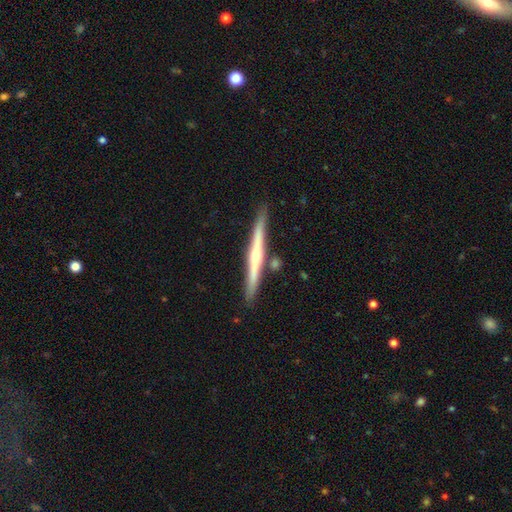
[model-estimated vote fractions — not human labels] Smooth or featured? Predicted: featured or disk (p=0.64). Edge-on disk? Predicted: yes (p=0.97). Edge-on bulge? Predicted: none (p=0.48). Merging? Predicted: none (p=0.86).